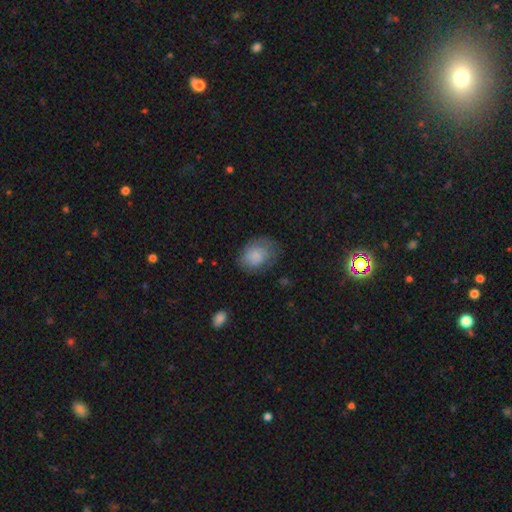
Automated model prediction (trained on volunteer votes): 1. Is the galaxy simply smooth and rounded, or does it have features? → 69% smooth, 23% featured or disk, 9% star or artifact.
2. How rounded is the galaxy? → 64% in between, 34% round, 1% cigar-shaped.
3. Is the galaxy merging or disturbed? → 59% none, 26% minor disturbance, 14% major disturbance, 2% merger.